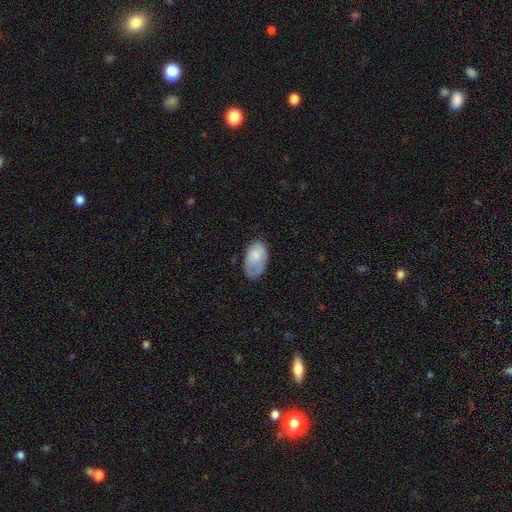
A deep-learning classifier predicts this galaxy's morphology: Smooth or featured? smooth (68%)
How rounded? in between (93%)
Merging? none (48%)